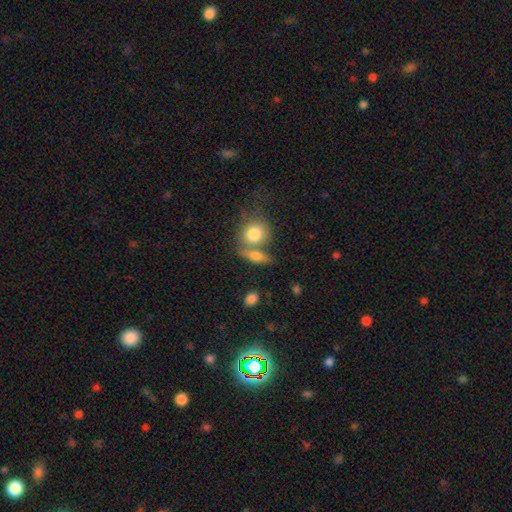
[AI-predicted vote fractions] Smooth or featured?
  - smooth: 73% *
  - featured or disk: 19%
  - star or artifact: 8%
How rounded?
  - in between: 55% *
  - round: 27%
  - cigar-shaped: 18%
Merging?
  - none: 44% *
  - merger: 39%
  - minor disturbance: 11%
  - major disturbance: 5%